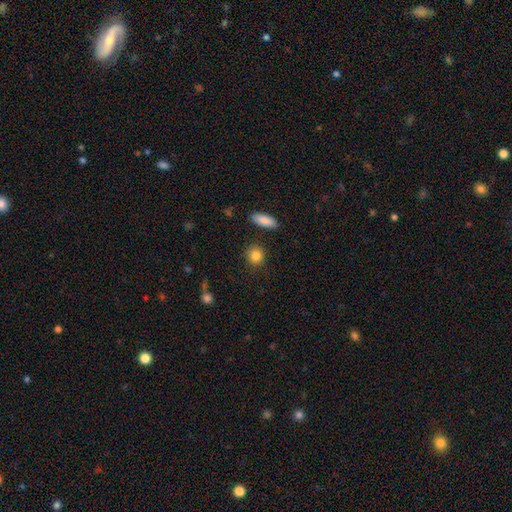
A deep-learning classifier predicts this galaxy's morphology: Q: Smooth or featured?
A: smooth (85%); runner-up: star or artifact (9%)
Q: How rounded?
A: round (81%); runner-up: in between (17%)
Q: Merging?
A: none (88%); runner-up: minor disturbance (7%)